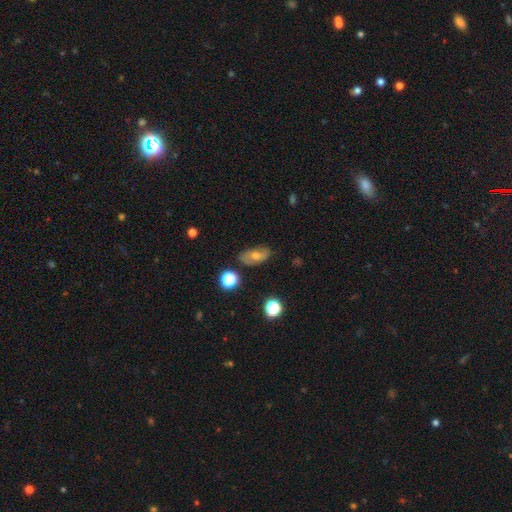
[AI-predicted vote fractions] Smooth or featured? smooth (50%)
How rounded? in between (84%)
Merging? none (79%)